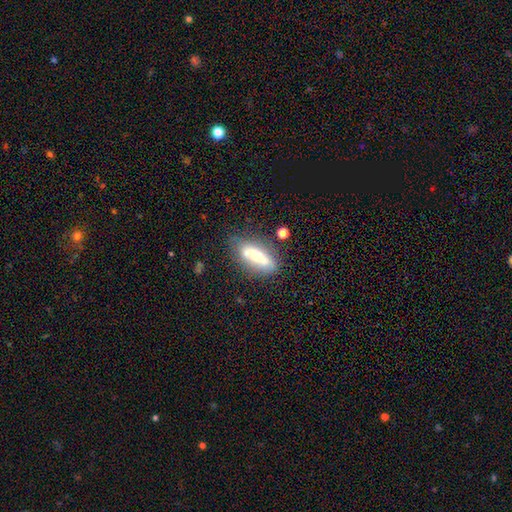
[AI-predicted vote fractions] This appears to be a featured or disk galaxy (46%). Merging: none (63%).